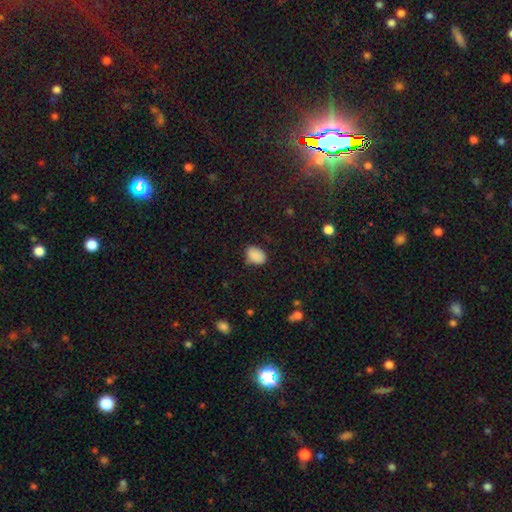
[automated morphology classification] Smooth or featured?
  - smooth: 87% *
  - star or artifact: 9%
  - featured or disk: 4%
How rounded?
  - in between: 80% *
  - round: 19%
  - cigar-shaped: 1%
Merging?
  - none: 72% *
  - minor disturbance: 22%
  - major disturbance: 4%
  - merger: 2%